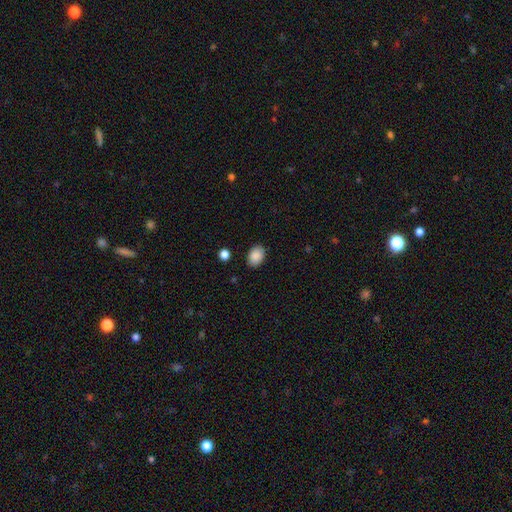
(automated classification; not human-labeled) The model was most divided on "how rounded": in between: 77%, round: 22%, cigar-shaped: 1%. More confident: smooth or featured — smooth (89%); merging — none (86%).